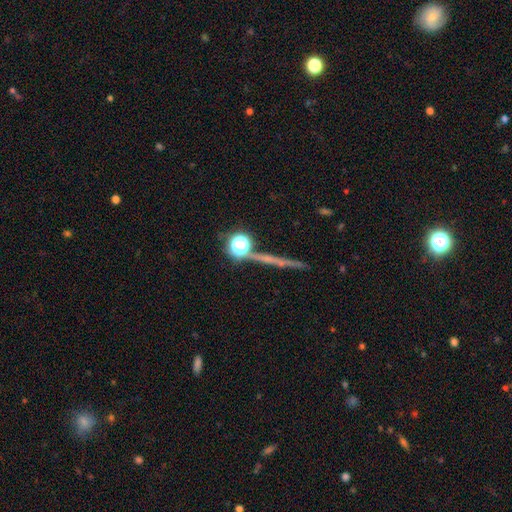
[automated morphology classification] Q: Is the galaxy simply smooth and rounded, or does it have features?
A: star or artifact — 54%.